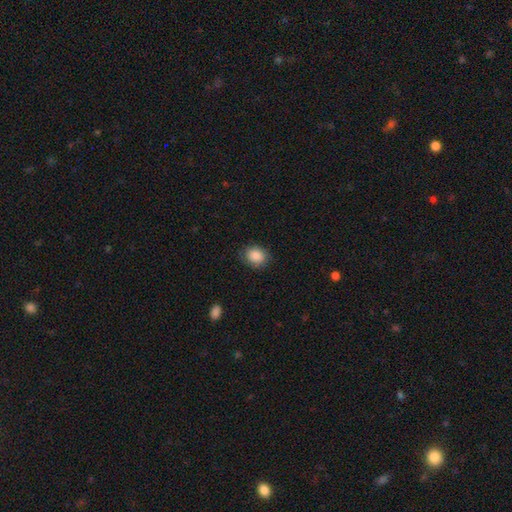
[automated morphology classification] Q: Smooth or featured?
A: smooth (88%); runner-up: star or artifact (8%)
Q: How rounded?
A: round (54%); runner-up: in between (45%)
Q: Merging?
A: none (83%); runner-up: minor disturbance (13%)